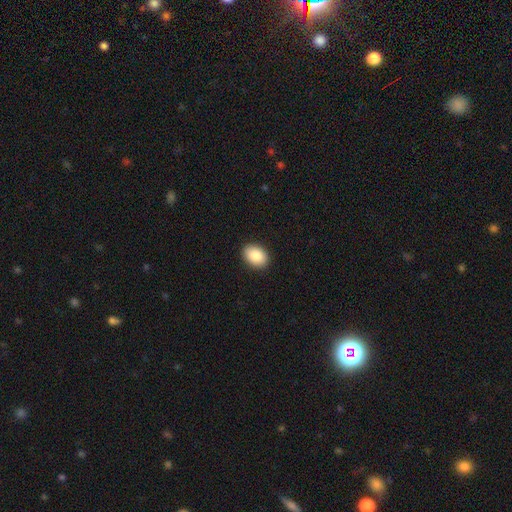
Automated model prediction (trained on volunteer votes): smooth_or_featured: smooth (p=0.87) [alt: star or artifact p=0.07]
how_rounded: in between (p=0.79) [alt: round p=0.20]
merging: none (p=0.91) [alt: minor disturbance p=0.07]